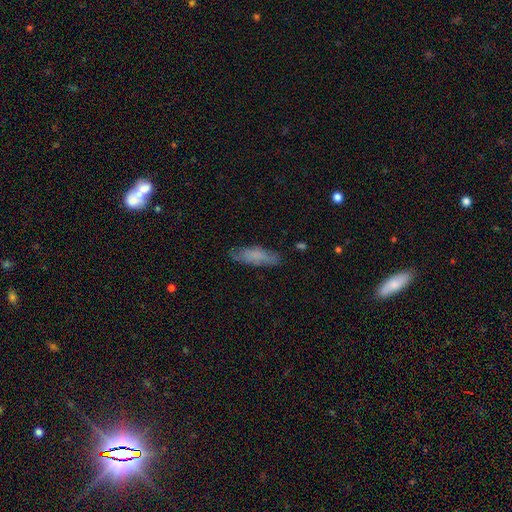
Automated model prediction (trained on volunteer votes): Smooth or featured? Predicted: smooth (p=0.71). How rounded? Predicted: cigar-shaped (p=0.56). Merging? Predicted: none (p=0.74).